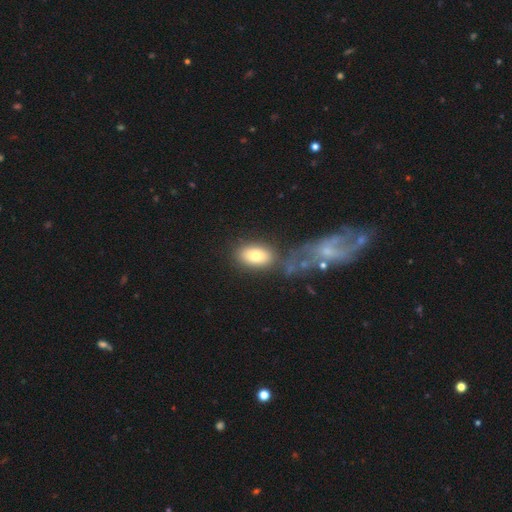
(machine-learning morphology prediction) type=smooth (78%); roundness=in between (88%); merging=none (70%).